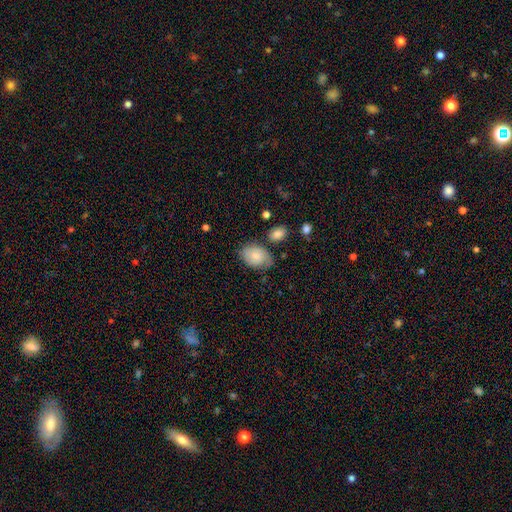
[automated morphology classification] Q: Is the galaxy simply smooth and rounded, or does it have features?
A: smooth — 70%.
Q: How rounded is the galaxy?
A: in between — 82%.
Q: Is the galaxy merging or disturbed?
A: none — 60%.